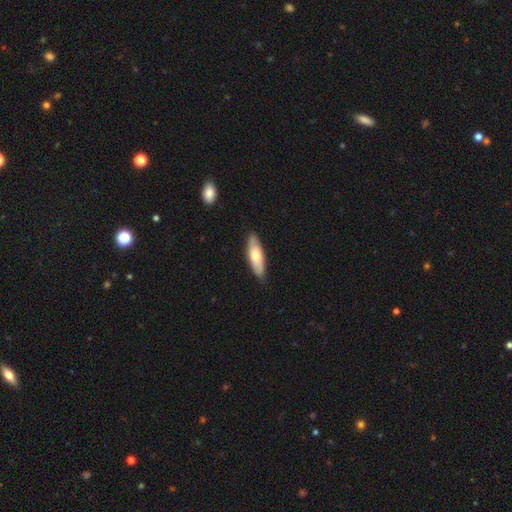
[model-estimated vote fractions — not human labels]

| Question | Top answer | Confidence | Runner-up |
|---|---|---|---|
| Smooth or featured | smooth | 65% | featured or disk (30%) |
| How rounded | in between | 54% | cigar-shaped (44%) |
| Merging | none | 87% | minor disturbance (10%) |